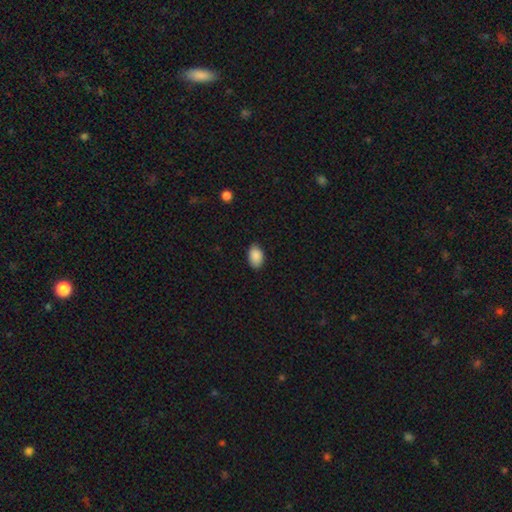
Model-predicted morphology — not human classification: Overall: smooth (89%). How rounded: in between (89%). Merging: none (84%).